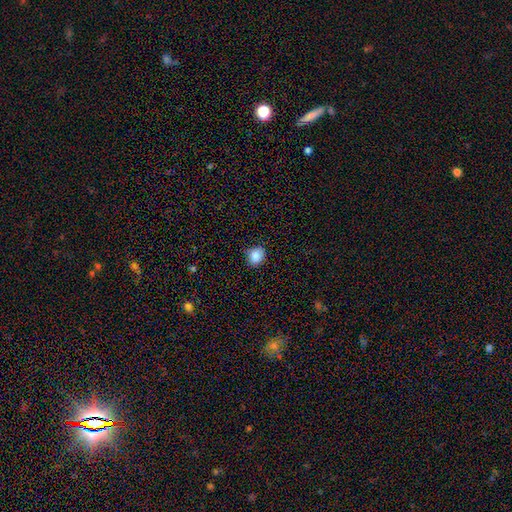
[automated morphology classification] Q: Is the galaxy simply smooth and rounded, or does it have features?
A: smooth — 86%.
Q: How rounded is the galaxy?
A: round — 63%.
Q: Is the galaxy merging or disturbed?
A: none — 82%.